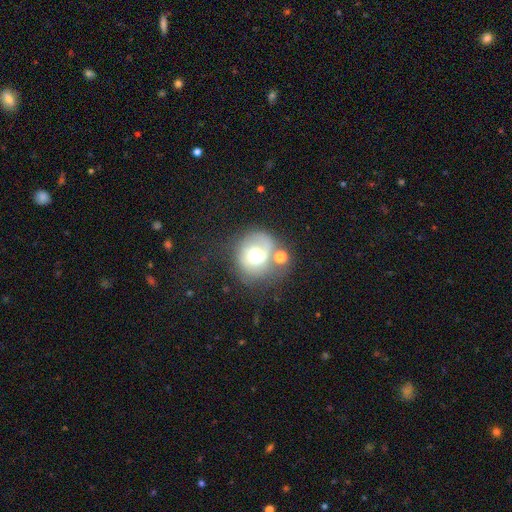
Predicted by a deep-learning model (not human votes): Q: Smooth or featured?
A: smooth (49%); runner-up: featured or disk (39%)
Q: Merging?
A: none (44%); runner-up: merger (21%)